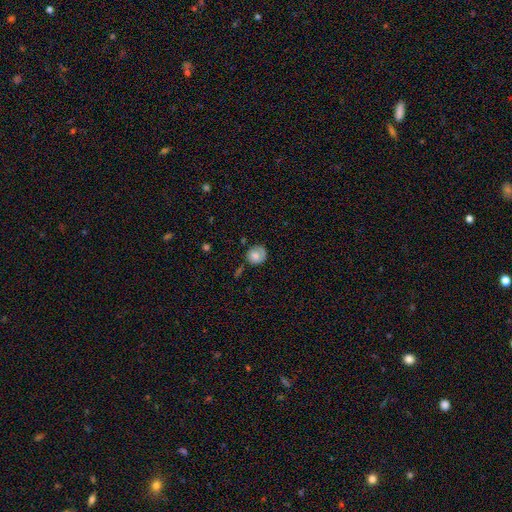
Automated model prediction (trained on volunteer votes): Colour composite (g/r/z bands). It shows a smooth galaxy with no disk features (73%) that is round (82%). Merging: none (65%).